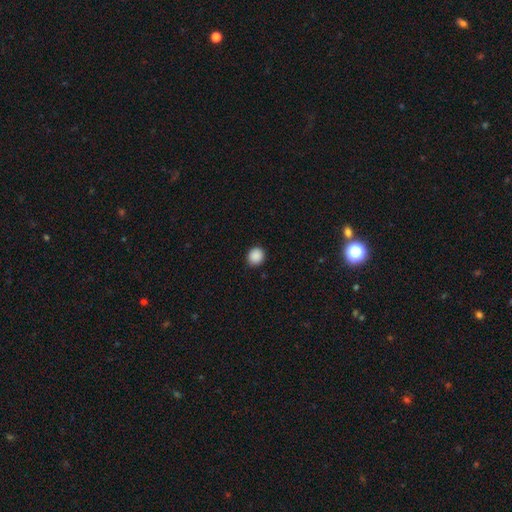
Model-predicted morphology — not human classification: smooth_or_featured: smooth (p=0.89) [alt: star or artifact p=0.09]
how_rounded: round (p=0.80) [alt: in between p=0.19]
merging: none (p=0.90) [alt: minor disturbance p=0.07]